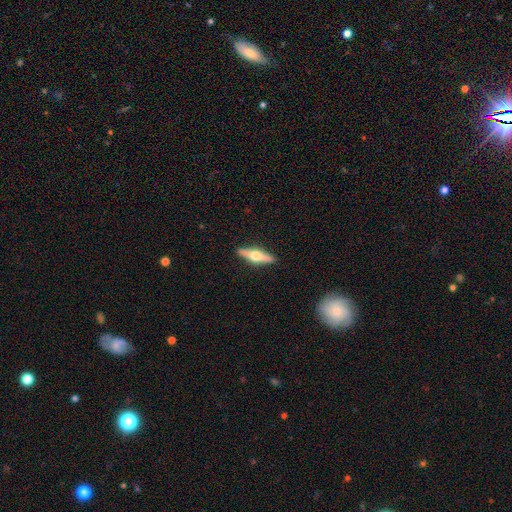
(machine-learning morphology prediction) Overall: featured or disk (67%; smooth 28%). Edge-on disk: yes (96%). Edge-on bulge: rounded (95%). Merging: none (90%).